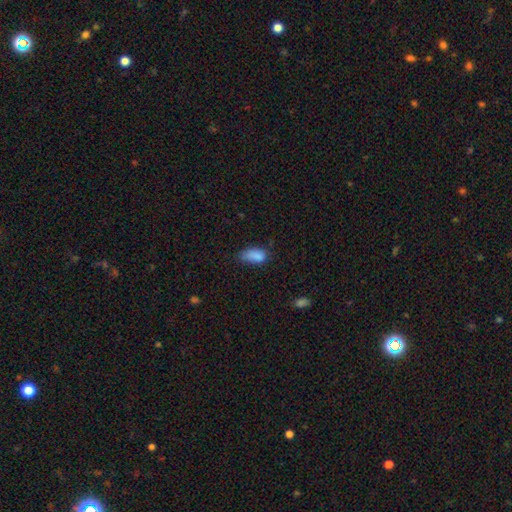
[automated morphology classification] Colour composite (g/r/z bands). It shows a smooth galaxy with no disk features (85%) that is in between round and cigar-shaped (90%). Merging: none (46%).